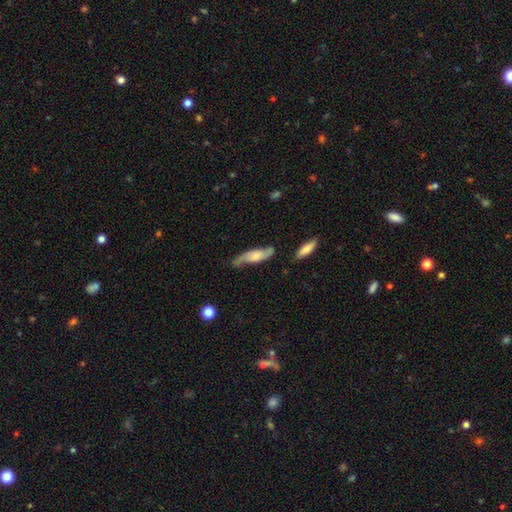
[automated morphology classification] smooth_or_featured: featured or disk (p=0.57) [alt: smooth p=0.37]
disk_edge_on: no (p=0.74) [alt: yes p=0.26]
merging: none (p=0.65) [alt: minor disturbance p=0.24]